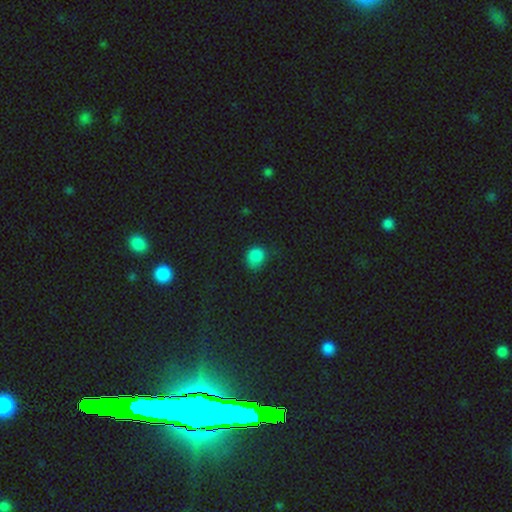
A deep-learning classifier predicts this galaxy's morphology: This appears to be a smooth galaxy with no disk features (82%) that is round (71%). Merging: none (61%).